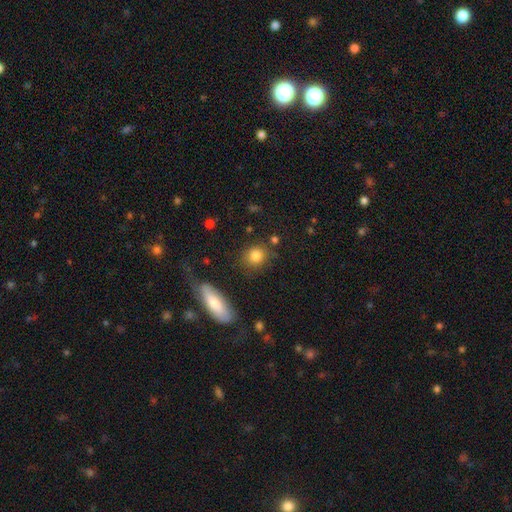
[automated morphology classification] smooth_or_featured: smooth (p=0.82) [alt: star or artifact p=0.11]
how_rounded: round (p=0.78) [alt: in between p=0.19]
merging: none (p=0.80) [alt: minor disturbance p=0.11]